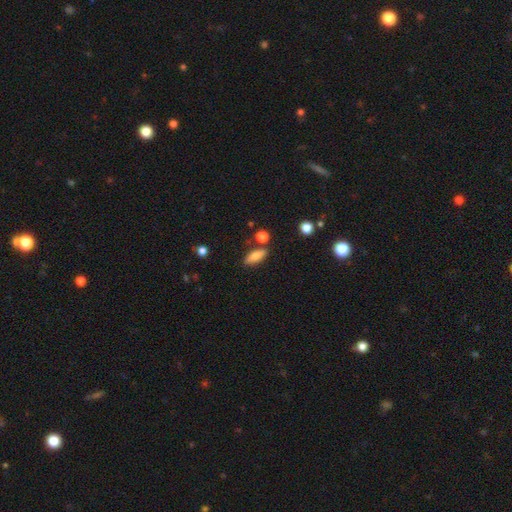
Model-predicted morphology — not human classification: Smooth or featured? Predicted: smooth (p=0.77). How rounded? Predicted: in between (p=0.63). Merging? Predicted: none (p=0.77).